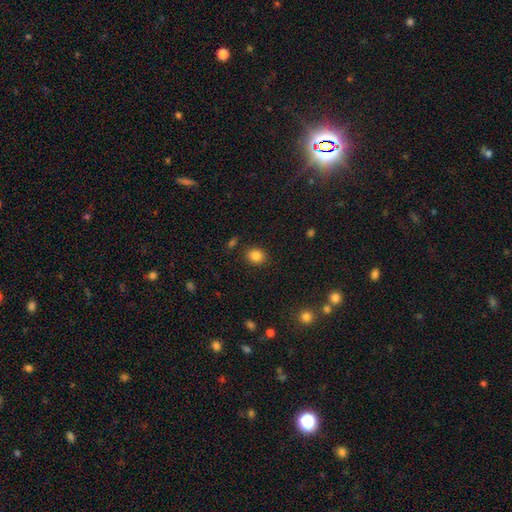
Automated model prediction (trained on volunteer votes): A smooth galaxy with no disk features (85%) that is round (65%). Merging: none (86%).